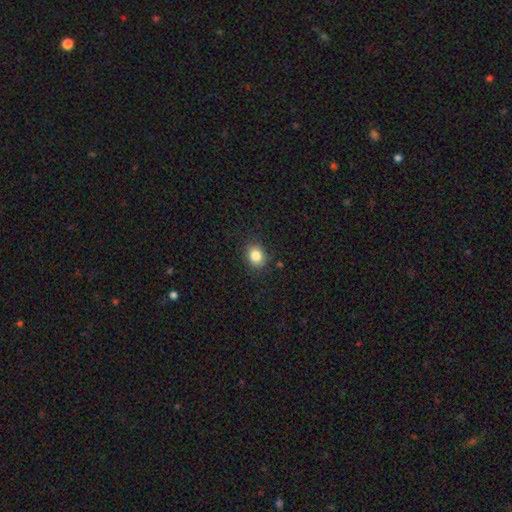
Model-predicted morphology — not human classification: This appears to be a smooth galaxy with no disk features (84%) that is round (61%). Merging: none (86%).